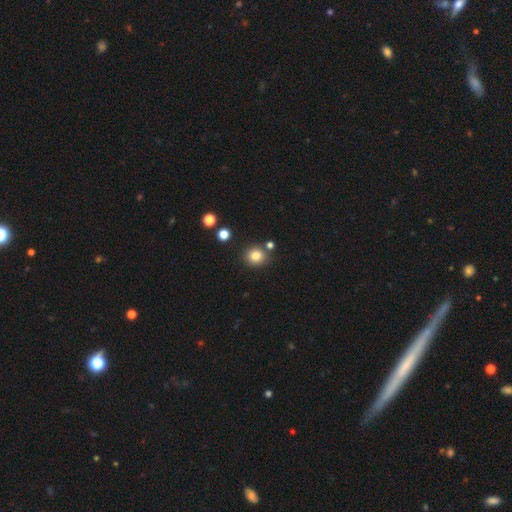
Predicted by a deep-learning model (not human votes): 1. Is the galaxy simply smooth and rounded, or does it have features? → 83% smooth, 11% star or artifact, 5% featured or disk.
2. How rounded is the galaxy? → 85% round, 14% in between, 1% cigar-shaped.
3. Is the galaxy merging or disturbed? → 82% none, 9% minor disturbance, 7% merger, 3% major disturbance.